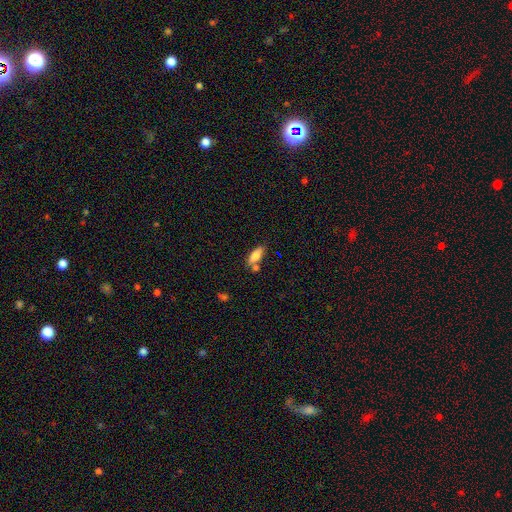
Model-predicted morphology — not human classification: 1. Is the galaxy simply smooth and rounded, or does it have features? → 79% smooth, 14% featured or disk, 7% star or artifact.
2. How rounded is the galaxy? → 68% in between, 30% cigar-shaped, 2% round.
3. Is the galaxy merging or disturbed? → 64% none, 17% merger, 15% minor disturbance, 4% major disturbance.